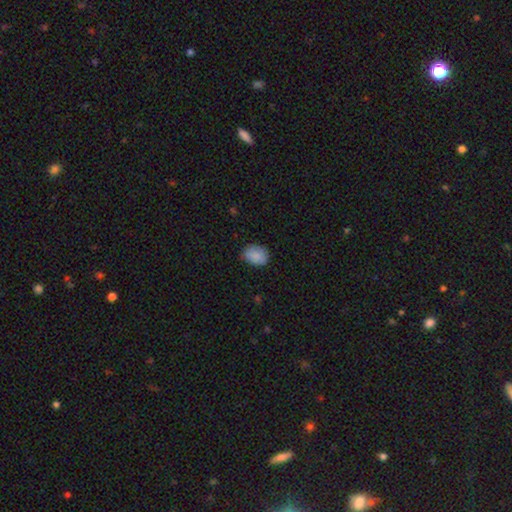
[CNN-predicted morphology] smooth_or_featured: smooth (p=0.87) [alt: star or artifact p=0.07]
how_rounded: in between (p=0.66) [alt: round p=0.33]
merging: none (p=0.77) [alt: minor disturbance p=0.19]